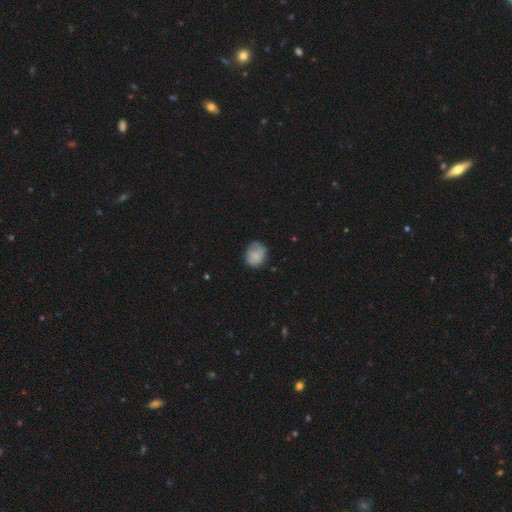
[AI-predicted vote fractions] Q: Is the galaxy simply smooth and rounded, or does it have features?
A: smooth — 75%.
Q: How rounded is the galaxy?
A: round — 64%.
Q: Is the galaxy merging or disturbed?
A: none — 61%.